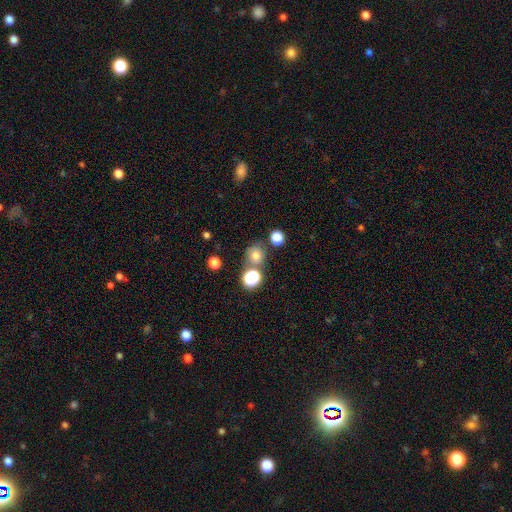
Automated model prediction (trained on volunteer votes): Smooth or featured: smooth — 71% (star or artifact — 19%)
How rounded: round — 80% (in between — 19%)
Merging: none — 65% (merger — 19%)